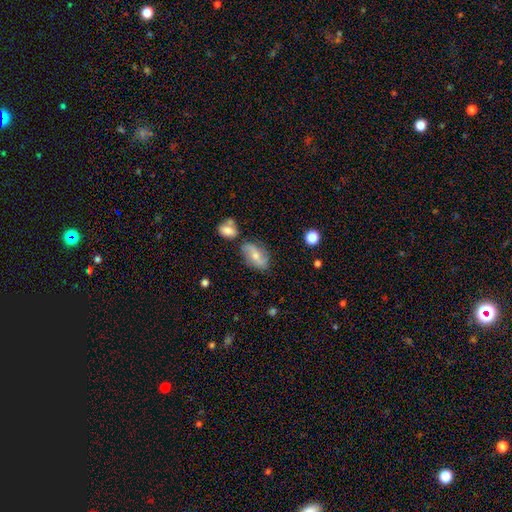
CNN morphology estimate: featured or disk 51%, smooth 41%, star or artifact 8%. Down the decision tree: edge-on disk — no (92%); merging — none (68%).